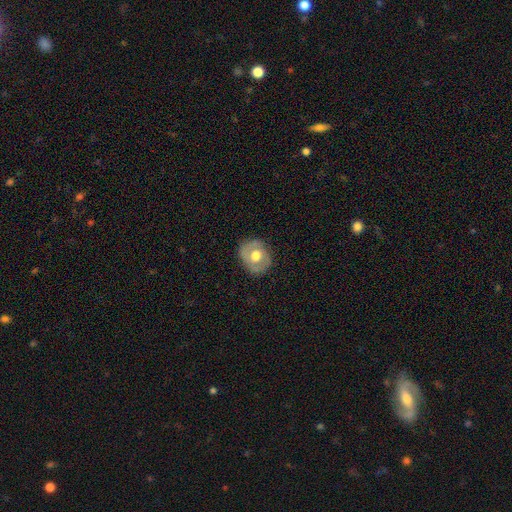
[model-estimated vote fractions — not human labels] Q: Smooth or featured?
A: smooth (48%); runner-up: featured or disk (46%)
Q: Merging?
A: none (78%); runner-up: minor disturbance (16%)